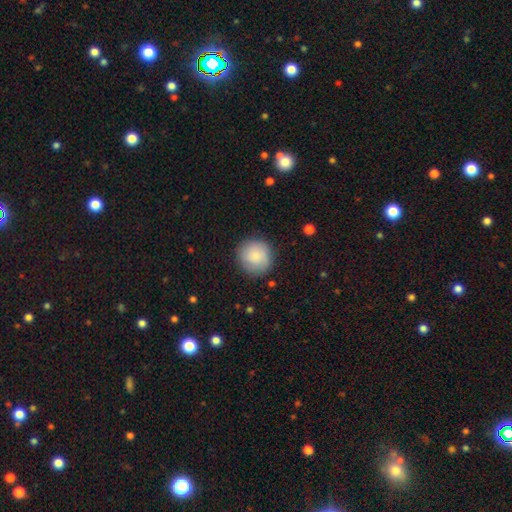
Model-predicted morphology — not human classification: This appears to be a smooth galaxy with no disk features (81%) that is round (93%). Merging: none (85%).